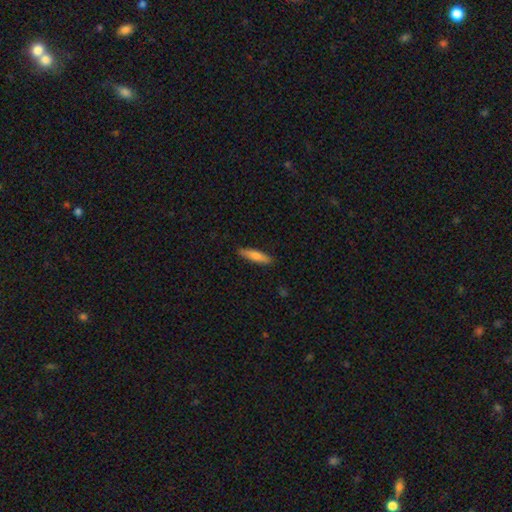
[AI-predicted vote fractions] Q: Smooth or featured?
A: smooth (71%); runner-up: featured or disk (23%)
Q: How rounded?
A: cigar-shaped (75%); runner-up: in between (23%)
Q: Merging?
A: none (89%); runner-up: minor disturbance (8%)